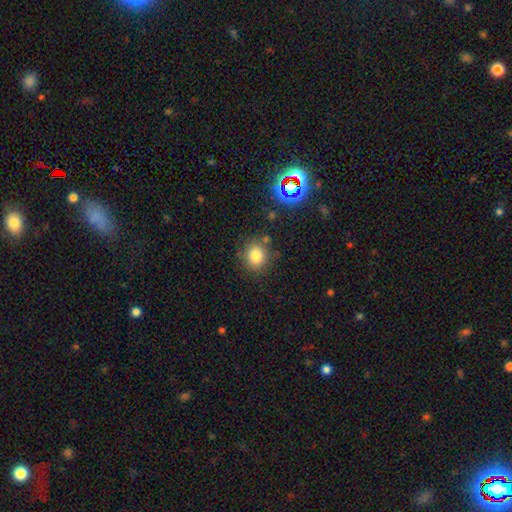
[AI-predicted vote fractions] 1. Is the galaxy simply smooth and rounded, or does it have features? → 80% smooth, 13% star or artifact, 7% featured or disk.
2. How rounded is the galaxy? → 78% round, 21% in between, 1% cigar-shaped.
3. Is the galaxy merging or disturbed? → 79% none, 12% minor disturbance, 5% merger, 4% major disturbance.